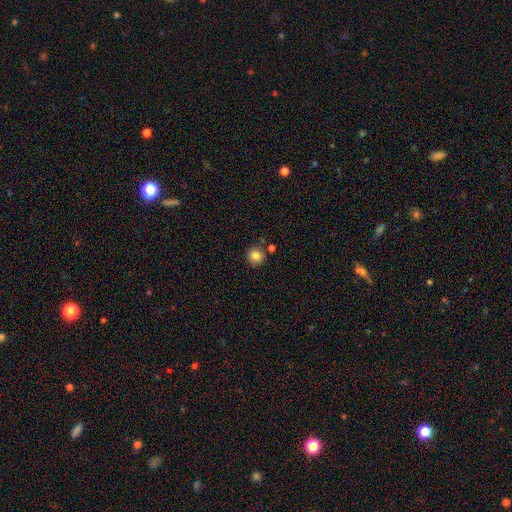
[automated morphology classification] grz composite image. It shows a smooth galaxy with no disk features (83%) that is round (92%). Merging: none (80%).